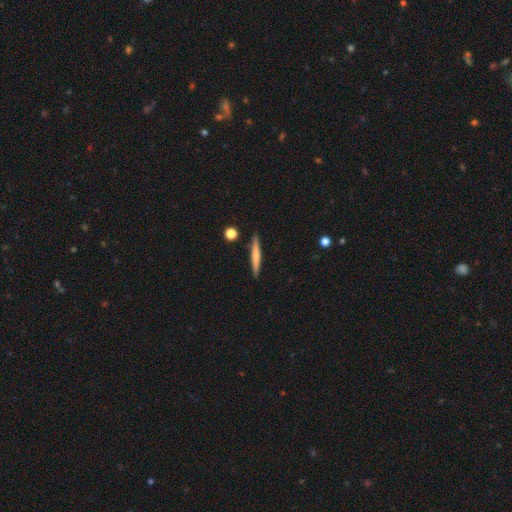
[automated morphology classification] Smooth or featured? Predicted: smooth (p=0.56). How rounded? Predicted: cigar-shaped (p=0.95). Merging? Predicted: none (p=0.89).